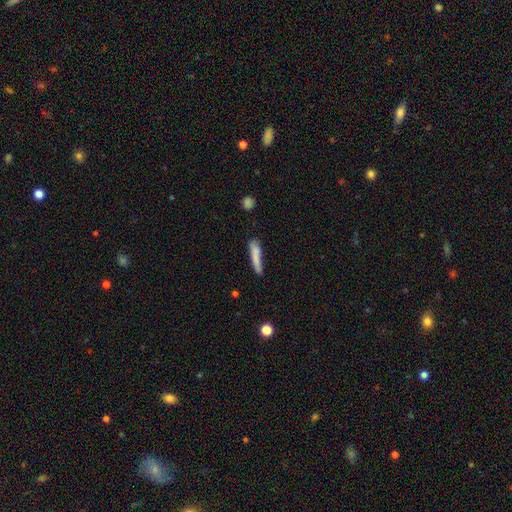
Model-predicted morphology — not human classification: Overall: smooth (74%). How rounded: cigar-shaped (89%). Merging: none (56%; minor disturbance 26%).